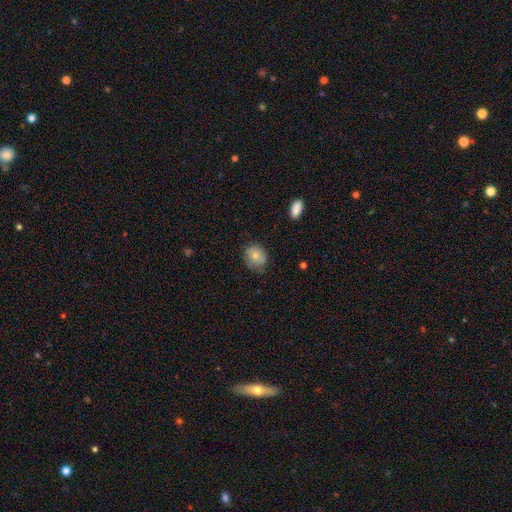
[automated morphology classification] smooth-or-featured: smooth: 79% | featured or disk: 13% | star or artifact: 8%
  how-rounded: round: 65% | in between: 34% | cigar-shaped: 1%
  merging: none: 68% | minor disturbance: 24% | major disturbance: 6% | merger: 1%